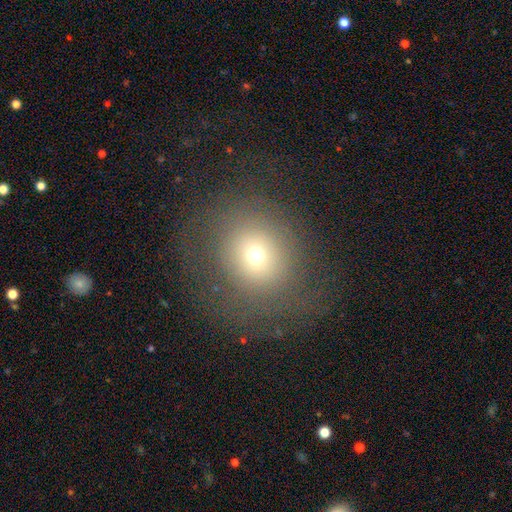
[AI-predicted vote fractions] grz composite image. It shows a smooth galaxy with no disk features (65%) that is round (82%). Merging: none (68%).